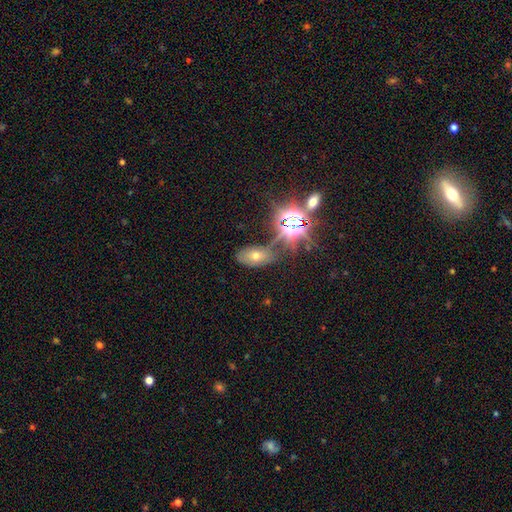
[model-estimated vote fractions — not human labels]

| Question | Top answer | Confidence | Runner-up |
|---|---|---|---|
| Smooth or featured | smooth | 47% | star or artifact (32%) |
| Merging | none | 66% | minor disturbance (18%) |